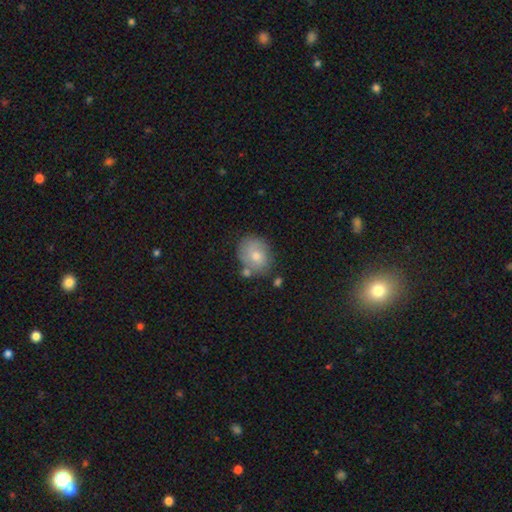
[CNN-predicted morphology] A smooth galaxy with no disk features (65%) that is round (59%).

Vote fractions:
- Smooth or featured? smooth: 65% / featured or disk: 24% / star or artifact: 10%
- How rounded? round: 59% / in between: 40% / cigar-shaped: 1%
- Merging? none: 67% / minor disturbance: 19% / merger: 9% / major disturbance: 5%